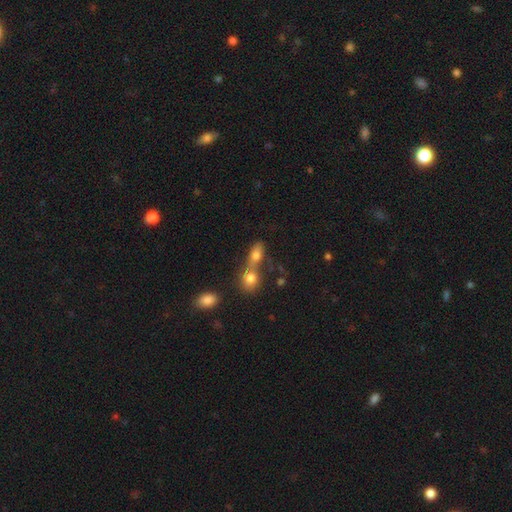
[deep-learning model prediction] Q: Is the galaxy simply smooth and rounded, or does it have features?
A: smooth — 66%.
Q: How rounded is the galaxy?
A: in between — 63%.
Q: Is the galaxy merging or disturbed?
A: merger — 55%.